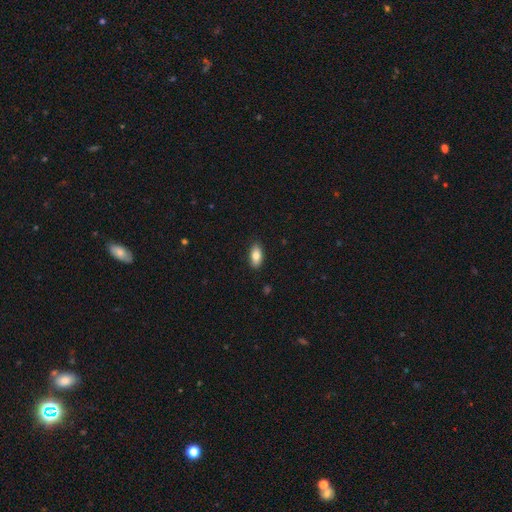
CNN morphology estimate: A smooth galaxy with no disk features (81%) that is in between round and cigar-shaped (90%). Merging: none (89%).